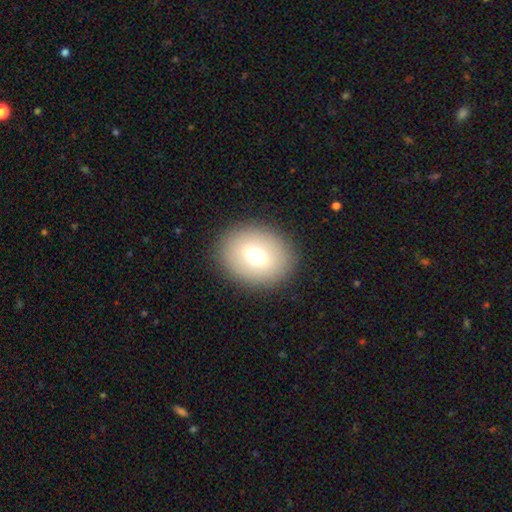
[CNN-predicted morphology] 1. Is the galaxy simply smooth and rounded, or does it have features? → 67% smooth, 20% featured or disk, 12% star or artifact.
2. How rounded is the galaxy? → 53% round, 46% in between, 1% cigar-shaped.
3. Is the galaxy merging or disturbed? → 88% none, 7% minor disturbance, 3% major disturbance, 1% merger.